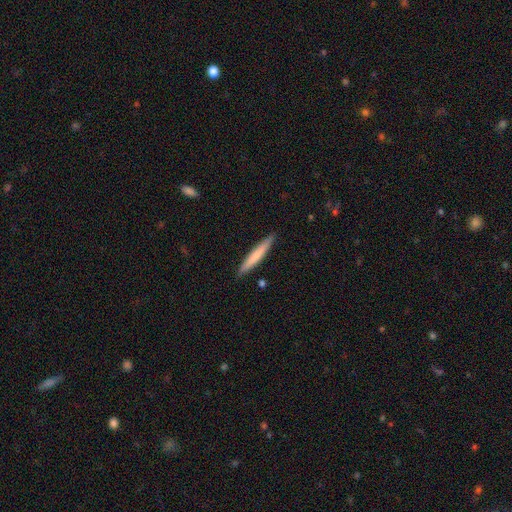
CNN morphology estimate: smooth-or-featured: smooth: 69% | featured or disk: 26% | star or artifact: 5%
  how-rounded: cigar-shaped: 95% | in between: 4% | round: 1%
  merging: none: 90% | minor disturbance: 7% | major disturbance: 1% | merger: 1%